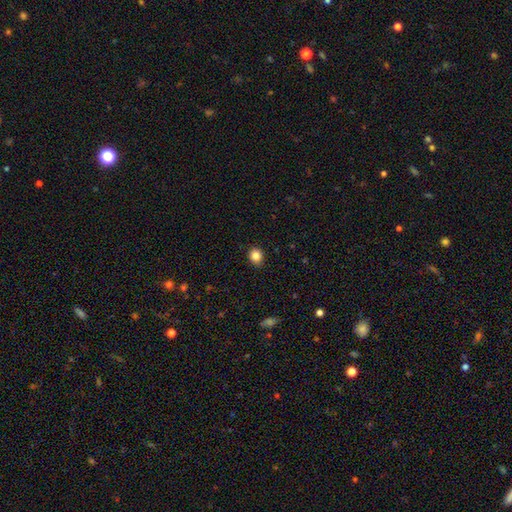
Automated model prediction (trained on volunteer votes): Morphology: type=smooth (85%); roundness=round (72%); merging=none (83%).